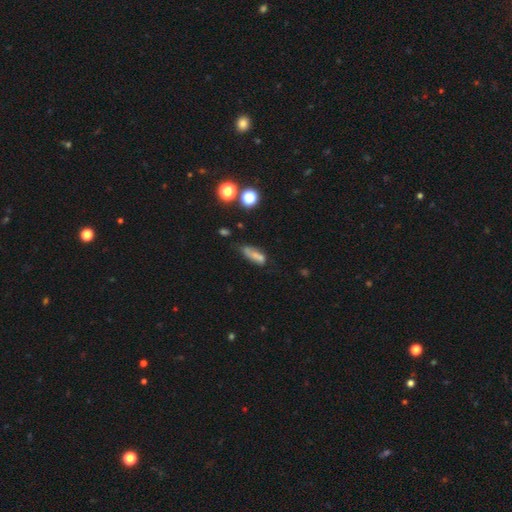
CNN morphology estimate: Smooth or featured: smooth — 64% (featured or disk — 23%)
How rounded: in between — 62% (cigar-shaped — 33%)
Merging: none — 41% (minor disturbance — 28%)